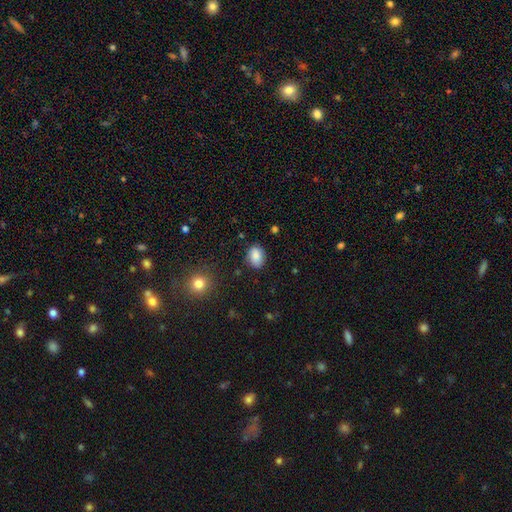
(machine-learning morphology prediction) Smooth or featured? Predicted: smooth (p=0.84). How rounded? Predicted: in between (p=0.70). Merging? Predicted: none (p=0.81).